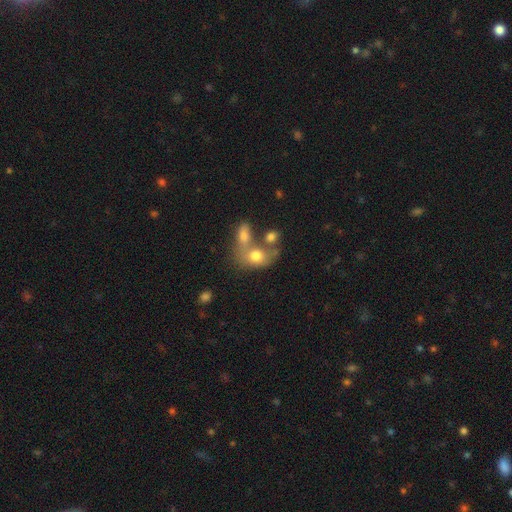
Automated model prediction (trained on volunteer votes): smooth_or_featured: smooth (p=0.72) [alt: featured or disk p=0.19]
how_rounded: in between (p=0.71) [alt: round p=0.27]
merging: merger (p=0.52) [alt: none p=0.27]